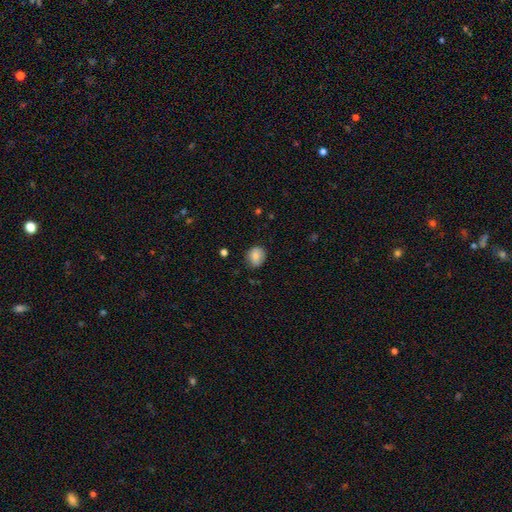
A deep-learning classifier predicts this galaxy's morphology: Q: Smooth or featured?
A: smooth (83%); runner-up: featured or disk (9%)
Q: How rounded?
A: round (70%); runner-up: in between (29%)
Q: Merging?
A: none (79%); runner-up: minor disturbance (17%)